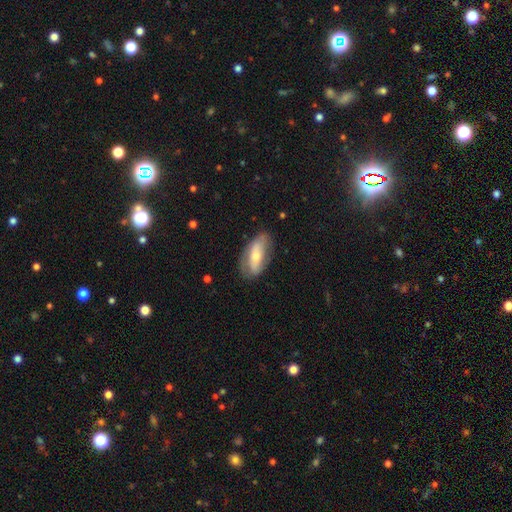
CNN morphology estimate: This appears to be a featured or disk galaxy (49%). Merging: none (71%).